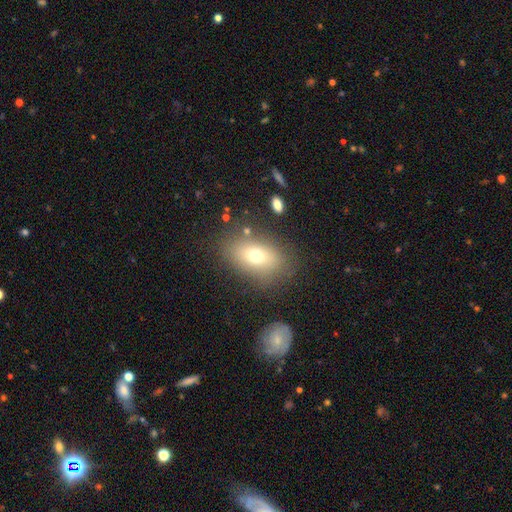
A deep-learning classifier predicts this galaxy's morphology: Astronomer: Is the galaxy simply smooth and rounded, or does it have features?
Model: smooth — 69%.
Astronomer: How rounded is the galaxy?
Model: in between — 82%.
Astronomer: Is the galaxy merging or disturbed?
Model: none — 76%.